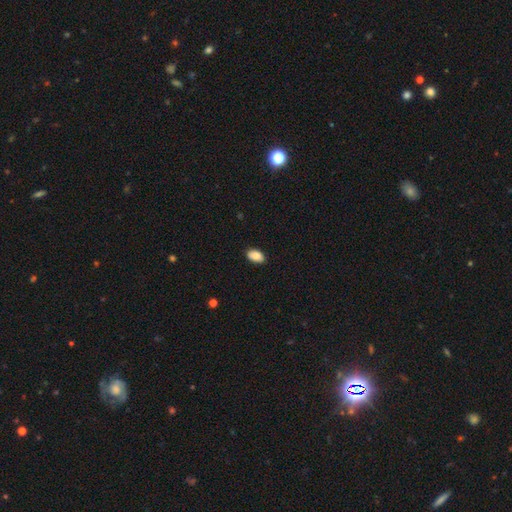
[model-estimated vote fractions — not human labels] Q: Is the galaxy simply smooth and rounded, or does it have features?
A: smooth — 87%.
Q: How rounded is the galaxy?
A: in between — 93%.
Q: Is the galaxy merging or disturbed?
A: none — 87%.